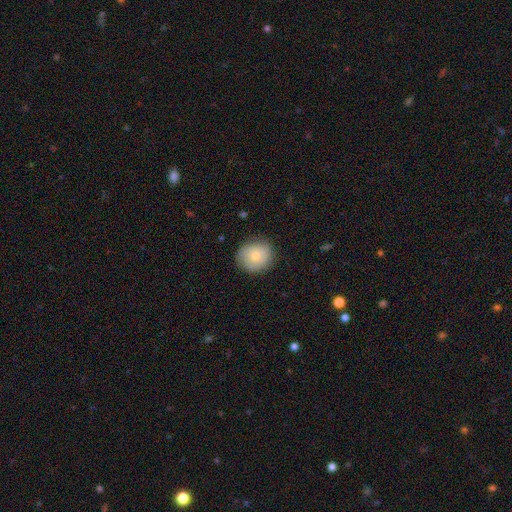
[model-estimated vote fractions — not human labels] Morphology: type=smooth (73%); roundness=round (82%); merging=none (82%).